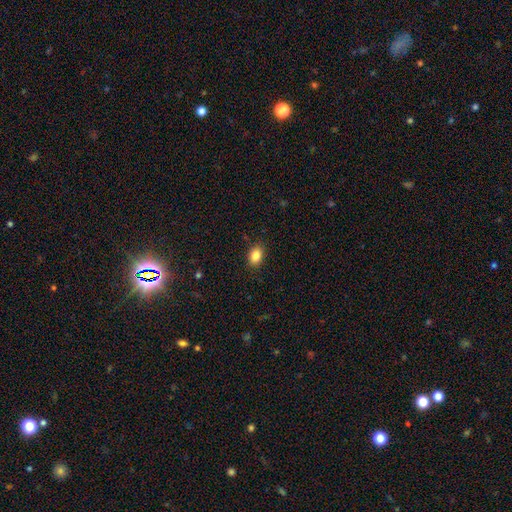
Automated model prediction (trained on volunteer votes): Smooth or featured: smooth — 86% (star or artifact — 9%)
How rounded: in between — 77% (round — 22%)
Merging: none — 87% (minor disturbance — 10%)